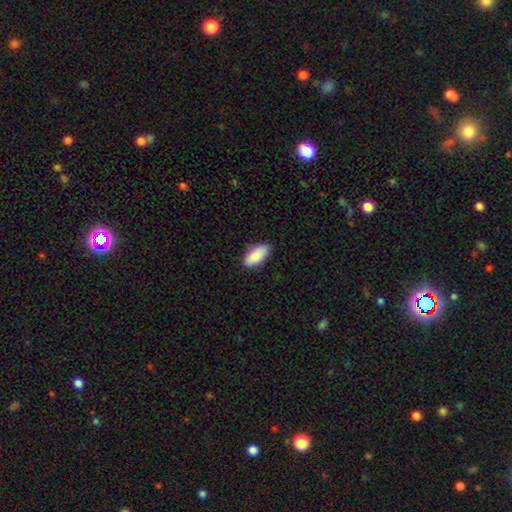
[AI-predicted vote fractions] Smooth or featured? smooth (89%)
How rounded? in between (91%)
Merging? none (82%)